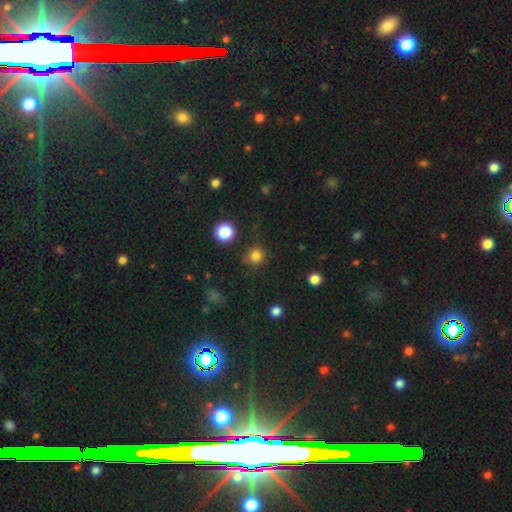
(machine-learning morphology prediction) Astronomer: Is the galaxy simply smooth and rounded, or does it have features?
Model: smooth — 80%.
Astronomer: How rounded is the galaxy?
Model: round — 91%.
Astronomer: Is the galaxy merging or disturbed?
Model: none — 82%.